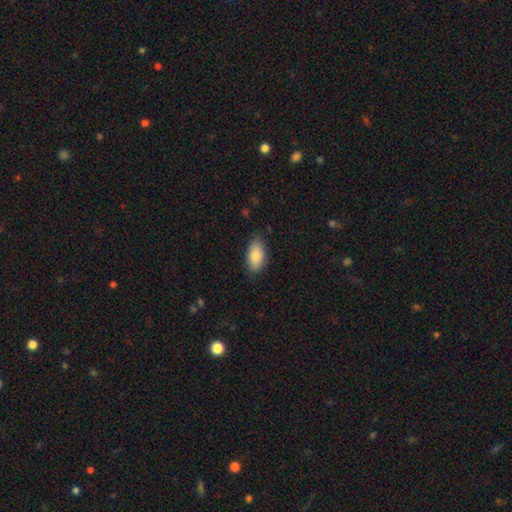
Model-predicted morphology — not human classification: A smooth galaxy with no disk features (85%) that is in between round and cigar-shaped (92%).

Vote fractions:
- Smooth or featured? smooth: 85% / featured or disk: 9% / star or artifact: 7%
- How rounded? in between: 92% / cigar-shaped: 4% / round: 3%
- Merging? none: 81% / minor disturbance: 15% / major disturbance: 3% / merger: 1%